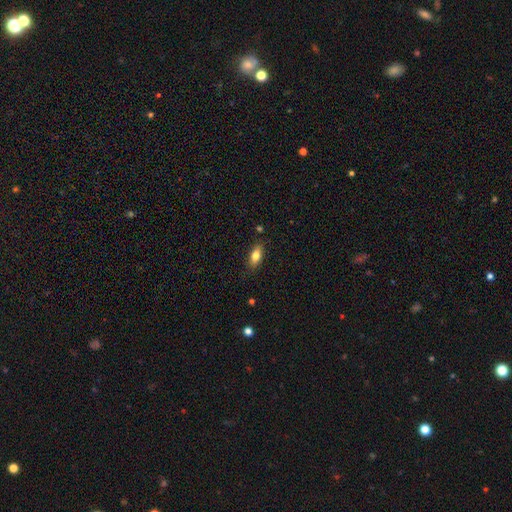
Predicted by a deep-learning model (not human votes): A smooth galaxy with no disk features (79%) that is in between round and cigar-shaped (84%).

Vote fractions:
- Smooth or featured? smooth: 79% / featured or disk: 14% / star or artifact: 8%
- How rounded? in between: 84% / cigar-shaped: 12% / round: 4%
- Merging? none: 84% / minor disturbance: 12% / major disturbance: 2% / merger: 1%